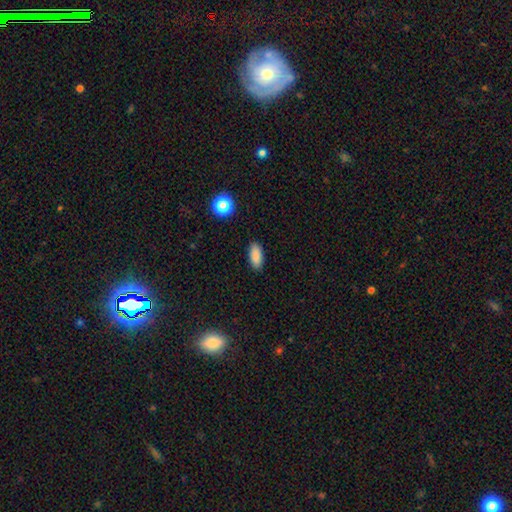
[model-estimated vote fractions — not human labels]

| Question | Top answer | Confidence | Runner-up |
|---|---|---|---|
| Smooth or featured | smooth | 88% | star or artifact (9%) |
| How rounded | in between | 86% | cigar-shaped (11%) |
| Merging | none | 89% | minor disturbance (8%) |